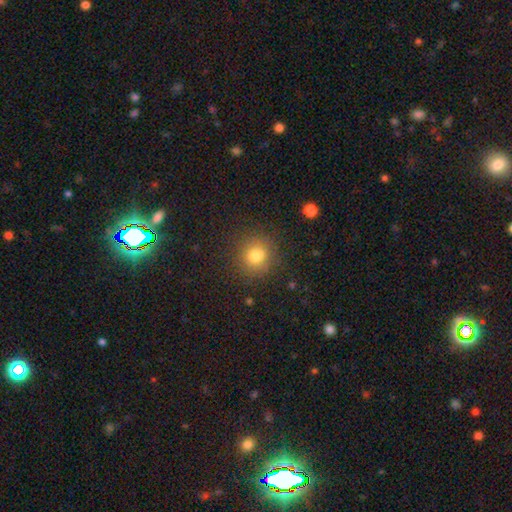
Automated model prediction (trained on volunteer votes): Smooth or featured: smooth — 77% (star or artifact — 14%)
How rounded: round — 81% (in between — 17%)
Merging: none — 78% (minor disturbance — 12%)